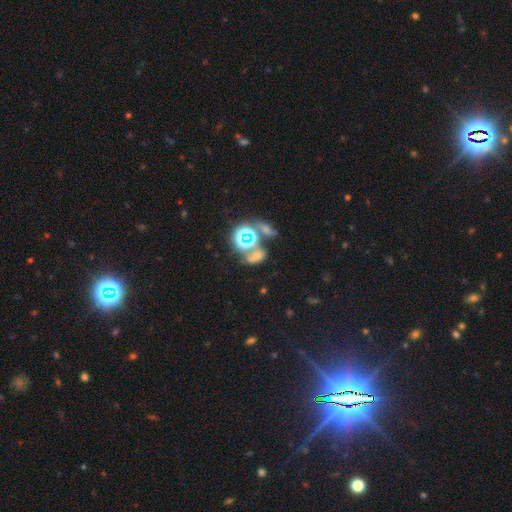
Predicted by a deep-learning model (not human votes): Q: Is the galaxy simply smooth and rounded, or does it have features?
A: star or artifact — 45%.